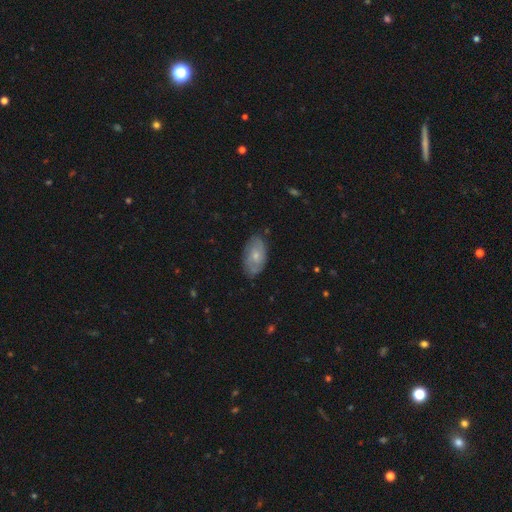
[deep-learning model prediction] A featured or disk galaxy (56%) with no bar (75%), spiral arms (80%) and a small central bulge (62%). Merging: none (77%).